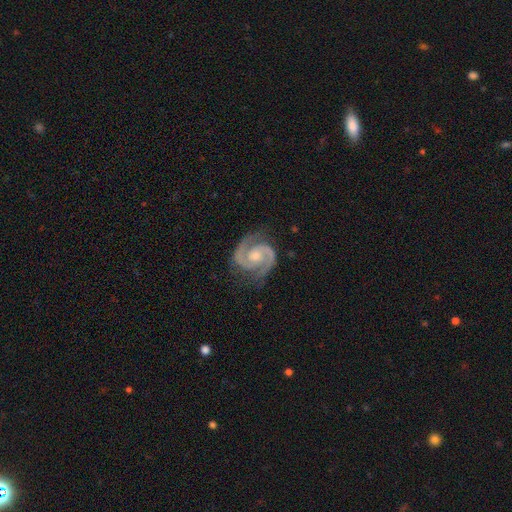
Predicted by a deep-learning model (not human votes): This is clearly a featured or disk galaxy (93%). It is clearly not viewed edge-on (98%). Bar: possibly no (58%). Spiral arm pattern: clearly yes (99%). Spiral arm count: clearly 2 (94%). Spiral winding: possibly medium (52%). Central bulge: possibly moderate (56%). Merging: clearly none (80%).